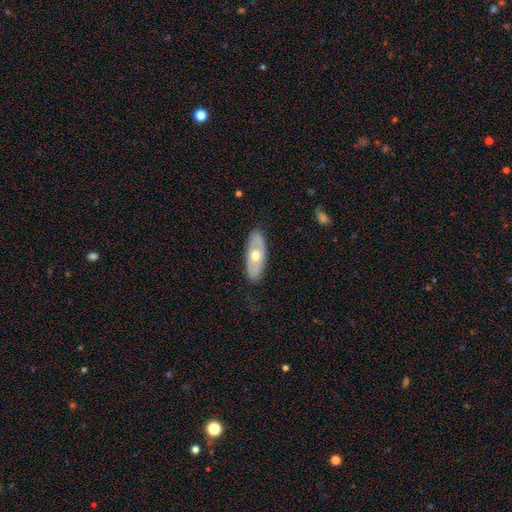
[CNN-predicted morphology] type=featured or disk (50%); merging=none (83%).